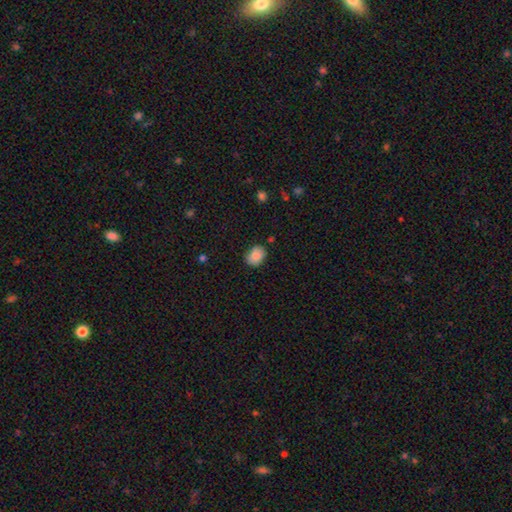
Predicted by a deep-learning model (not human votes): Smooth or featured? Predicted: smooth (p=0.84). How rounded? Predicted: in between (p=0.60). Merging? Predicted: none (p=0.80).